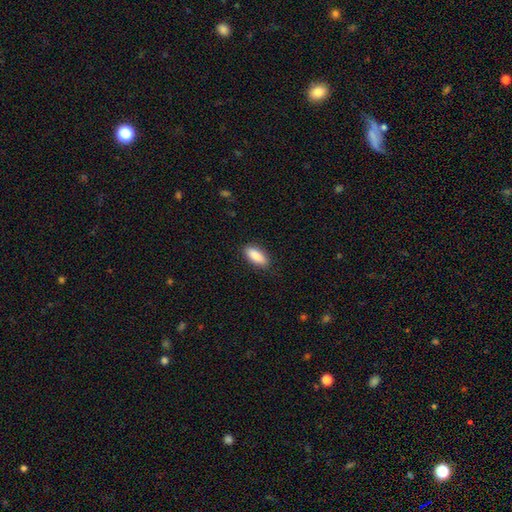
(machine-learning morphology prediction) This is clearly a smooth galaxy (87%). How rounded: likely in between (80%). Merging: clearly none (88%).